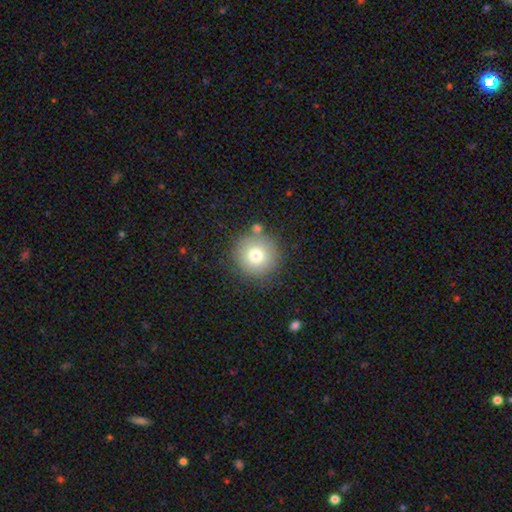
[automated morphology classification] type=smooth (77%); roundness=round (95%); merging=none (80%).